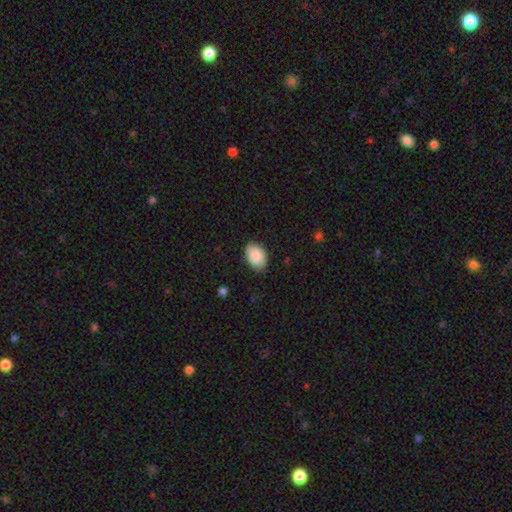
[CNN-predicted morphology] Smooth or featured?
  - smooth: 89% *
  - star or artifact: 7%
  - featured or disk: 4%
How rounded?
  - in between: 85% *
  - round: 14%
  - cigar-shaped: 1%
Merging?
  - none: 84% *
  - minor disturbance: 13%
  - major disturbance: 2%
  - merger: 1%